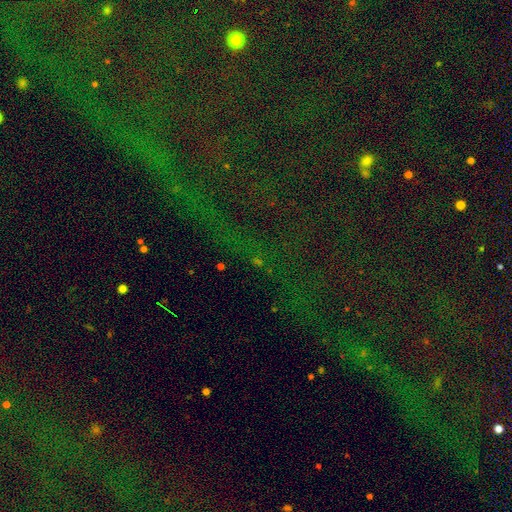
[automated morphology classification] type=star or artifact (80%).